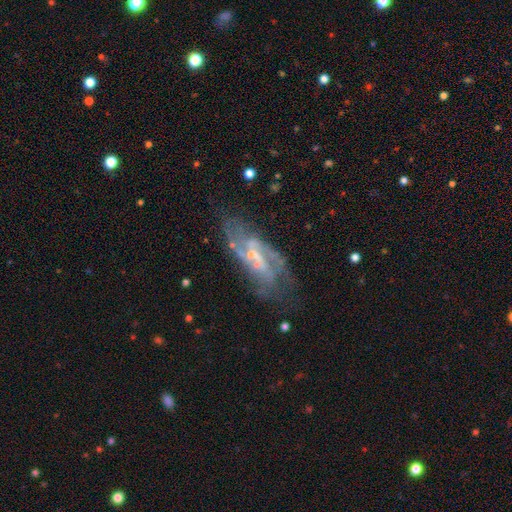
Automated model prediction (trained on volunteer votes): Smooth or featured?
  - featured or disk: 78% *
  - smooth: 13%
  - star or artifact: 9%
Edge-on disk?
  - no: 88% *
  - yes: 12%
Bar?
  - weak: 43% *
  - no: 40%
  - strong: 16%
Spiral arms?
  - yes: 82% *
  - no: 18%
Spiral winding?
  - medium: 44% *
  - tight: 31%
  - loose: 25%
Spiral arm count?
  - 2: 43% *
  - can't tell: 34%
  - 3: 11%
  - 1: 5%
  - 4: 4%
  - more than 4: 3%
Bulge size?
  - small: 63% *
  - moderate: 24%
  - none: 11%
  - large: 2%
  - dominant: 1%
Merging?
  - none: 60% *
  - minor disturbance: 20%
  - major disturbance: 14%
  - merger: 6%